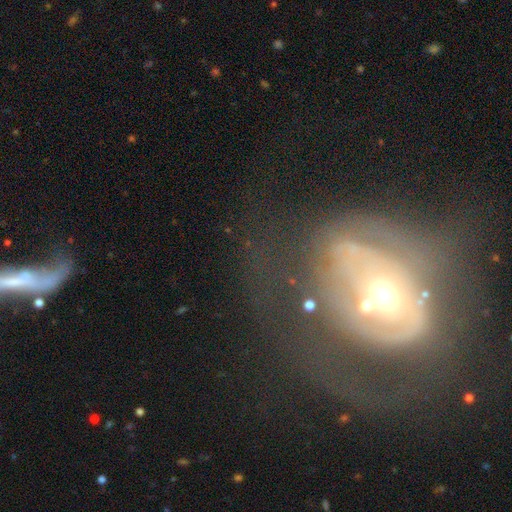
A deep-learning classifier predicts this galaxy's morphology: Q: Smooth or featured?
A: featured or disk (68%); runner-up: smooth (20%)
Q: Edge-on disk?
A: no (93%); runner-up: yes (7%)
Q: Bar?
A: no (70%); runner-up: weak (19%)
Q: Spiral arms?
A: yes (50%); tied with: no (50%)
Q: Bulge size?
A: moderate (54%); runner-up: small (35%)
Q: Merging?
A: major disturbance (39%); runner-up: none (31%)